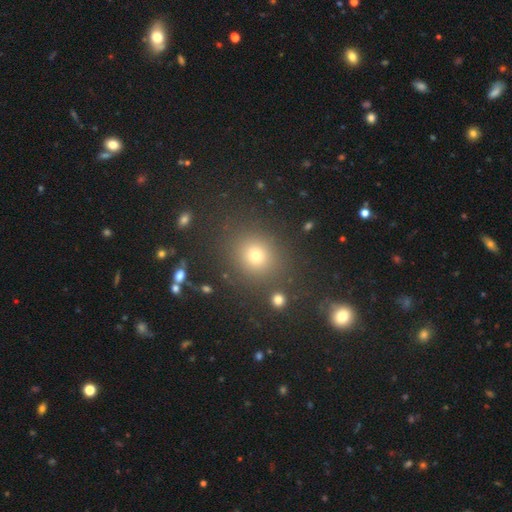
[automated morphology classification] The model was most divided on "how rounded": round: 74%, in between: 25%, cigar-shaped: 1%. More confident: merging — none (84%); smooth or featured — smooth (71%).